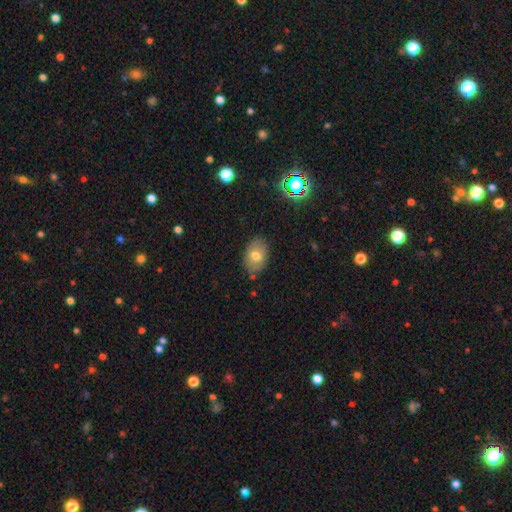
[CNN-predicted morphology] A smooth galaxy with no disk features (72%) that is in between round and cigar-shaped (82%). Merging: none (82%).